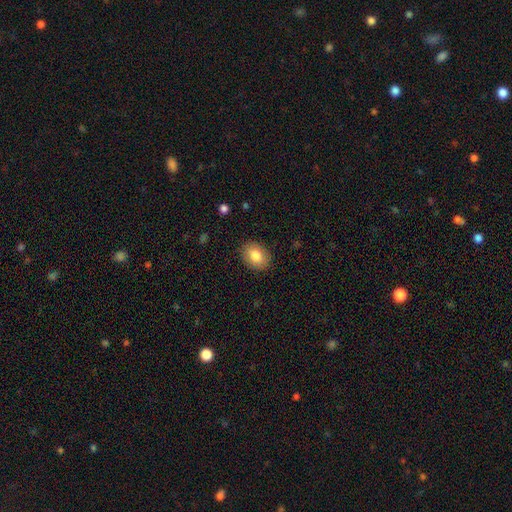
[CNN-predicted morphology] smooth_or_featured: smooth (p=0.82) [alt: featured or disk p=0.10]
how_rounded: in between (p=0.65) [alt: round p=0.35]
merging: none (p=0.88) [alt: minor disturbance p=0.09]